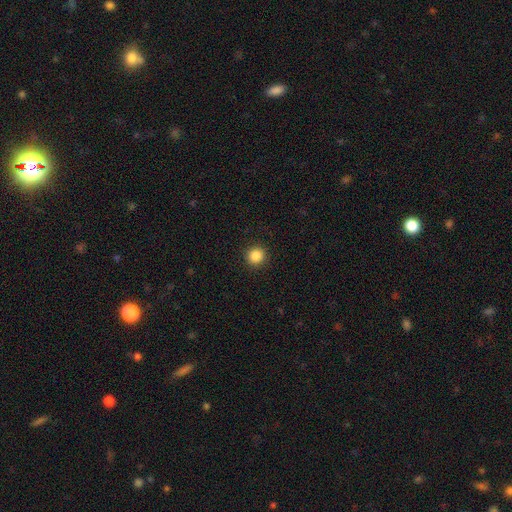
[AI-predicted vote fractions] Q: Smooth or featured?
A: smooth (87%); runner-up: star or artifact (10%)
Q: How rounded?
A: round (93%); runner-up: in between (6%)
Q: Merging?
A: none (92%); runner-up: minor disturbance (5%)